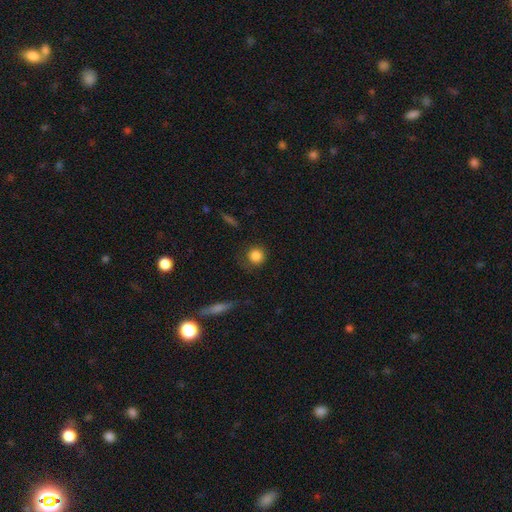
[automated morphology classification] Overall: smooth (84%). How rounded: round (91%). Merging: none (77%).